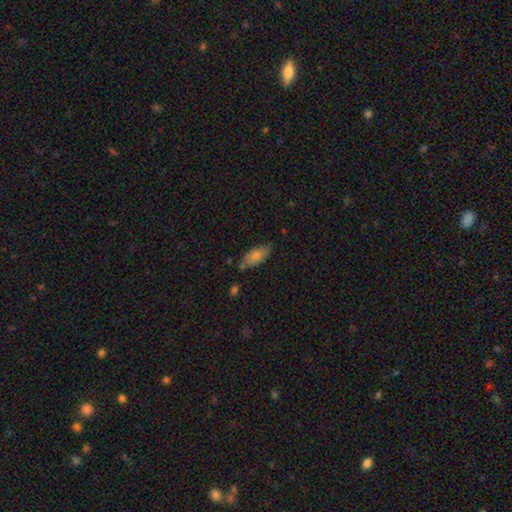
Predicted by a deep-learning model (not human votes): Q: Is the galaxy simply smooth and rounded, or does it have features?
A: smooth — 72%.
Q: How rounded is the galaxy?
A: in between — 80%.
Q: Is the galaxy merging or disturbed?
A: none — 73%.